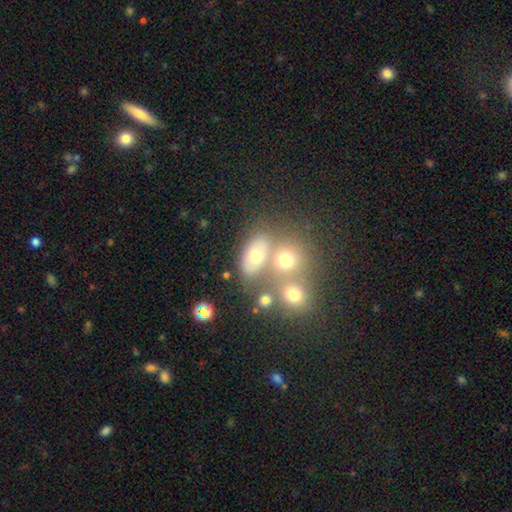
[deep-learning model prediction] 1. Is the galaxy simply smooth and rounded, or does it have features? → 66% smooth, 19% featured or disk, 15% star or artifact.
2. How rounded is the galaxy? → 61% in between, 37% round, 3% cigar-shaped.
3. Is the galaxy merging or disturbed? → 51% none, 33% merger, 11% minor disturbance, 5% major disturbance.